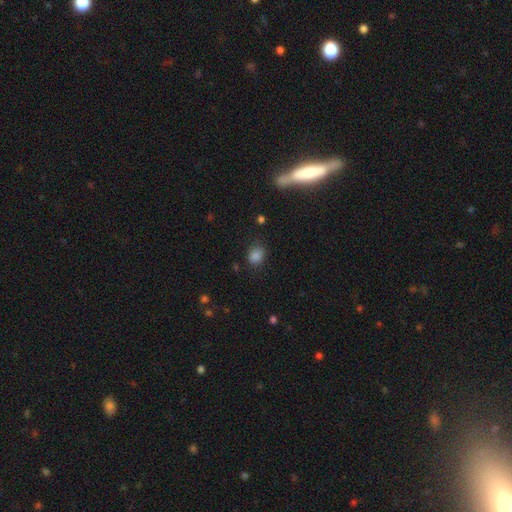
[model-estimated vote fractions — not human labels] Smooth or featured? smooth (83%)
How rounded? in between (50%)
Merging? none (74%)